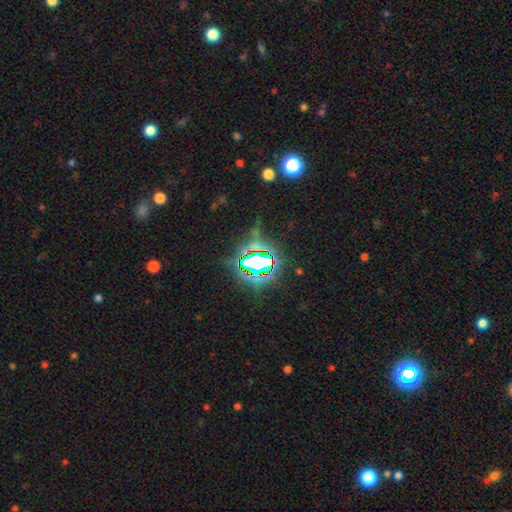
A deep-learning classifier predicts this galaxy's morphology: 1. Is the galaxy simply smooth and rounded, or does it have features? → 75% star or artifact, 15% smooth, 10% featured or disk.